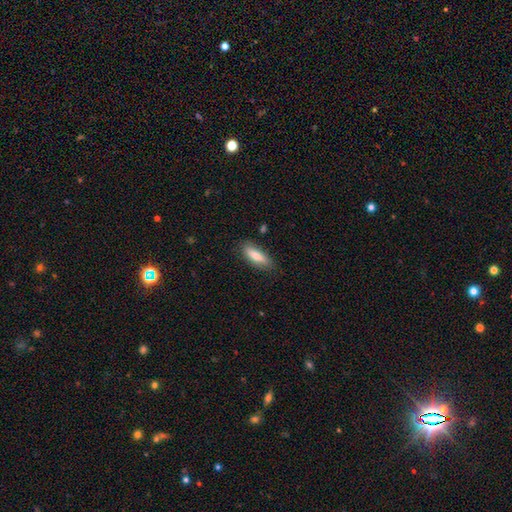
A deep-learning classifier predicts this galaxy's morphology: Smooth or featured? Predicted: smooth (p=0.77). How rounded? Predicted: in between (p=0.52). Merging? Predicted: none (p=0.83).